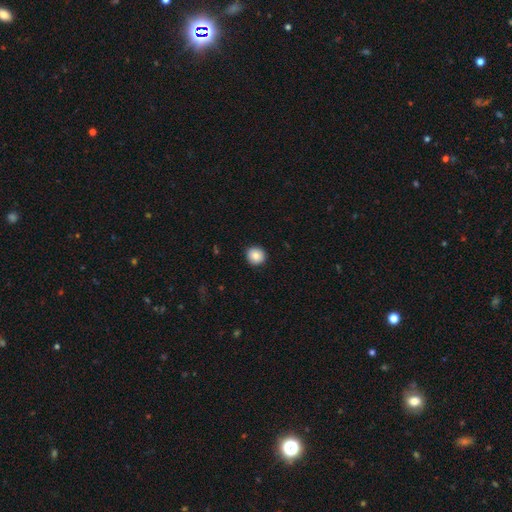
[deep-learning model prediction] A smooth galaxy with no disk features (83%) that is round (93%). Merging: none (91%).